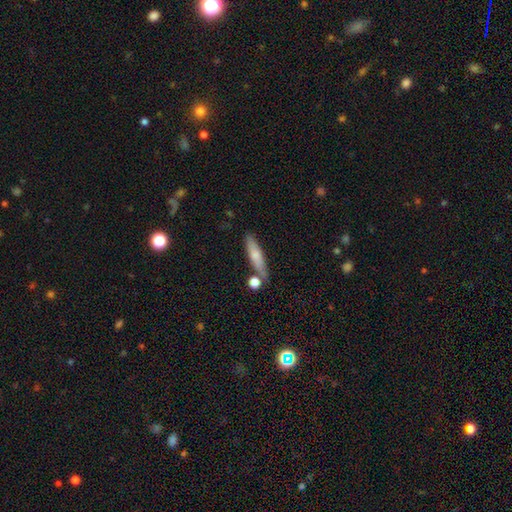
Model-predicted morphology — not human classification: This is likely a smooth galaxy (68%). How rounded: likely cigar-shaped (76%). Merging: likely none (70%).